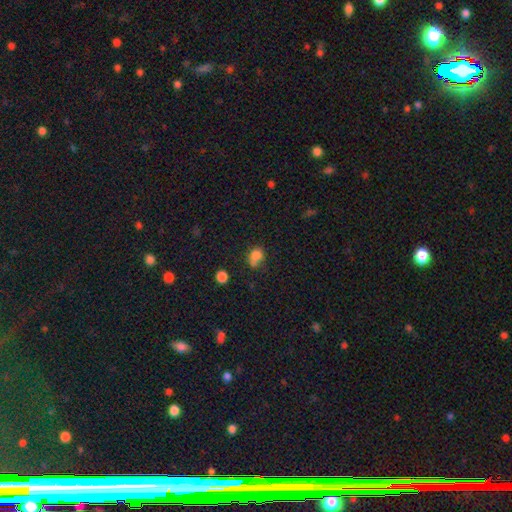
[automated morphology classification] The model was most divided on "how rounded": round: 51%, in between: 47%, cigar-shaped: 1%. Remaining: smooth or featured — smooth (78%); merging — none (42%).